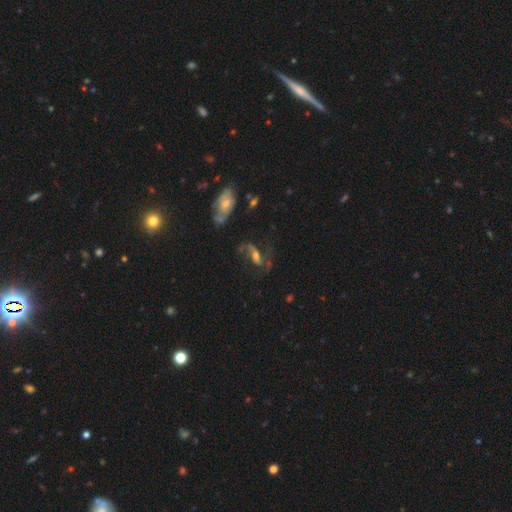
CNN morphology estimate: type=featured or disk (69%); edge-on=no (90%); bar=weak (40%); spiral arms=yes (85%); winding=loose (57%); arm count=2 (79%); bulge=moderate (46%); merging=none (45%).